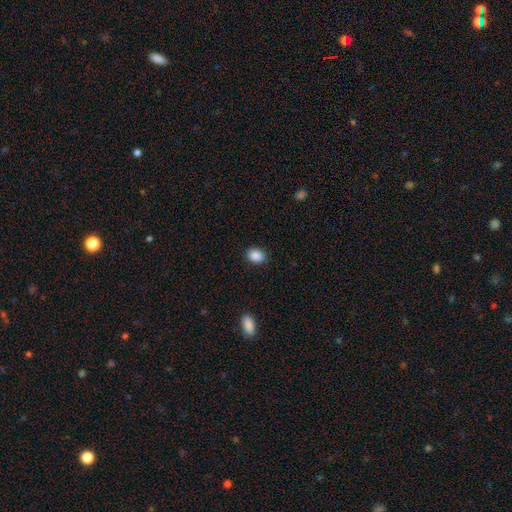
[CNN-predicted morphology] The model was most divided on "how rounded": in between: 65%, round: 34%, cigar-shaped: 1%. More confident: smooth or featured — smooth (89%); merging — none (88%).